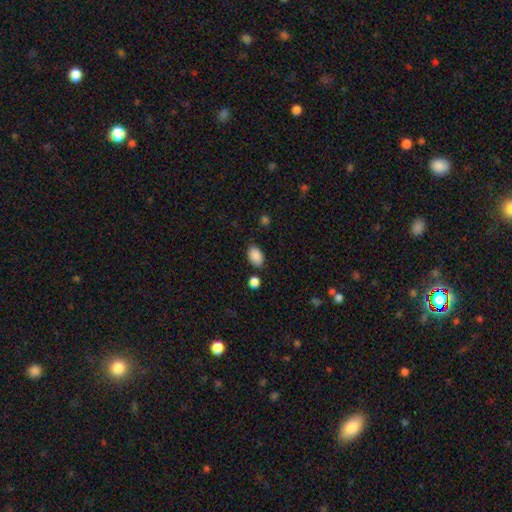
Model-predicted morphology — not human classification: This is clearly a smooth galaxy (89%). How rounded: clearly in between (90%). Merging: clearly none (81%).